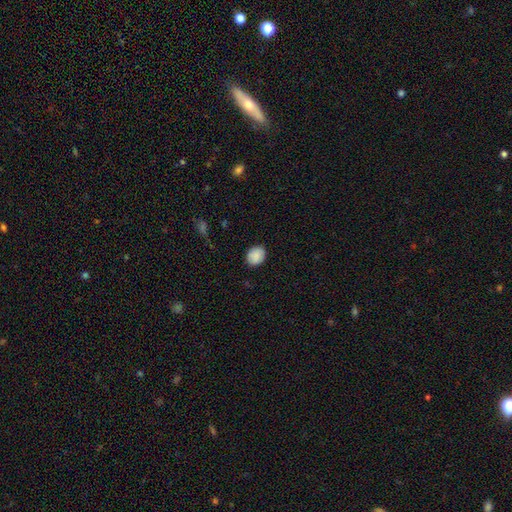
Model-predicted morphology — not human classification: Smooth or featured: smooth — 88% (star or artifact — 7%)
How rounded: in between — 50% (round — 49%)
Merging: none — 85% (minor disturbance — 12%)